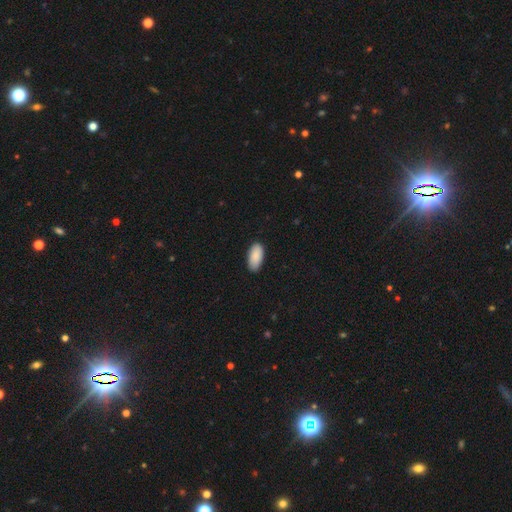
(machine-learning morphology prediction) Smooth or featured: smooth — 90% (star or artifact — 6%)
How rounded: in between — 94% (cigar-shaped — 4%)
Merging: none — 85% (minor disturbance — 12%)